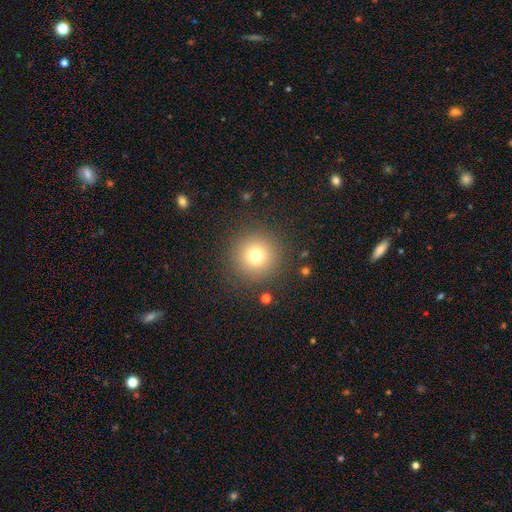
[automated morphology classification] A smooth galaxy with no disk features (75%) that is round (96%). Merging: none (89%).